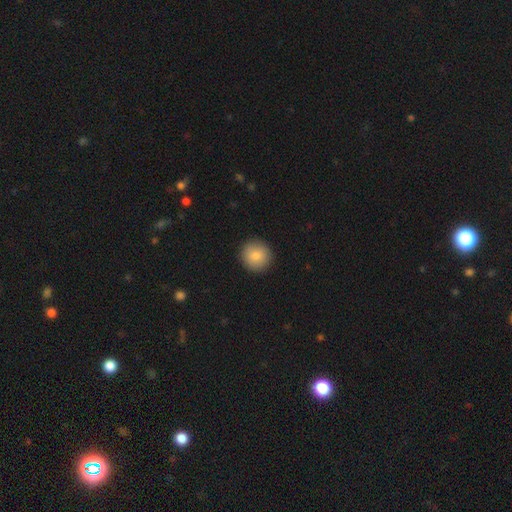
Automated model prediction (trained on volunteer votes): Morphology: type=smooth (85%); roundness=round (93%); merging=none (92%).